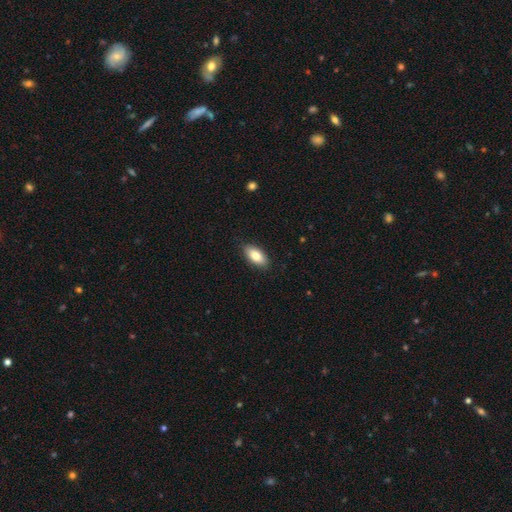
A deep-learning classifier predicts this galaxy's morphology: Overall: smooth (83%). How rounded: in between (91%). Merging: none (87%).